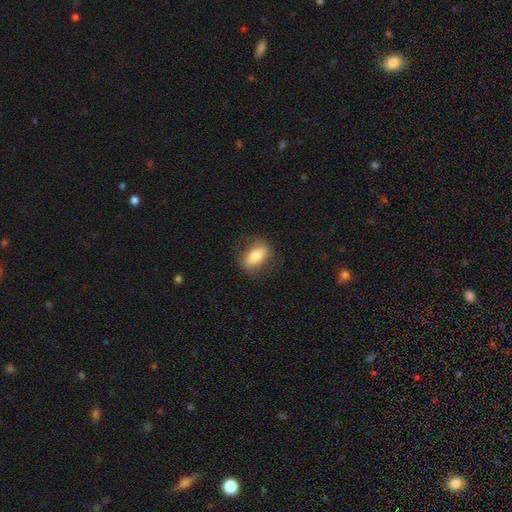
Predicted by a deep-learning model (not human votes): Smooth or featured: smooth — 65% (featured or disk — 28%)
How rounded: in between — 78% (cigar-shaped — 12%)
Merging: none — 77% (minor disturbance — 16%)